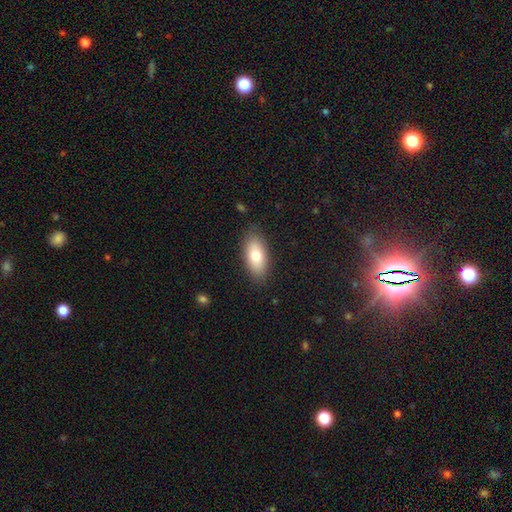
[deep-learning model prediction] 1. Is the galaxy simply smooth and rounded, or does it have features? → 76% smooth, 17% featured or disk, 7% star or artifact.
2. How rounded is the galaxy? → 89% in between, 8% cigar-shaped, 3% round.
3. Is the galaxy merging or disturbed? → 83% none, 13% minor disturbance, 3% major disturbance, 1% merger.